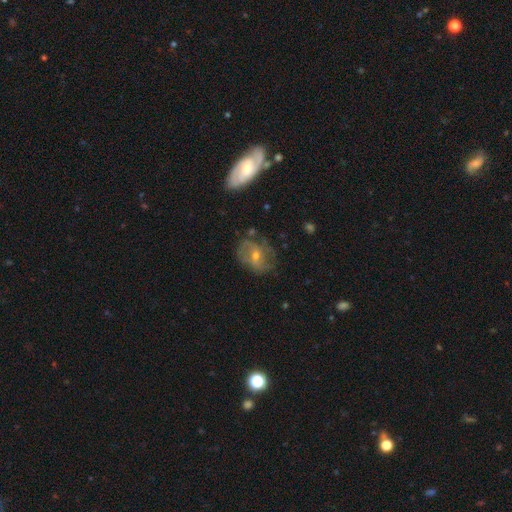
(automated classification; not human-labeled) This is likely a featured or disk galaxy (65%). It is clearly not viewed edge-on (95%). Bar: possibly no (49%). Spiral arm pattern: likely yes (78%). Central bulge: possibly small (50%). Merging: likely none (63%).